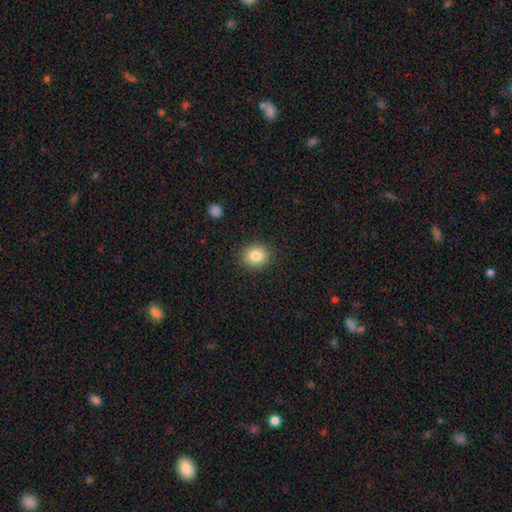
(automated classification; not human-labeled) Smooth or featured?
  - smooth: 84% *
  - star or artifact: 9%
  - featured or disk: 6%
How rounded?
  - round: 64% *
  - in between: 35%
  - cigar-shaped: 1%
Merging?
  - none: 89% *
  - minor disturbance: 8%
  - major disturbance: 2%
  - merger: 1%